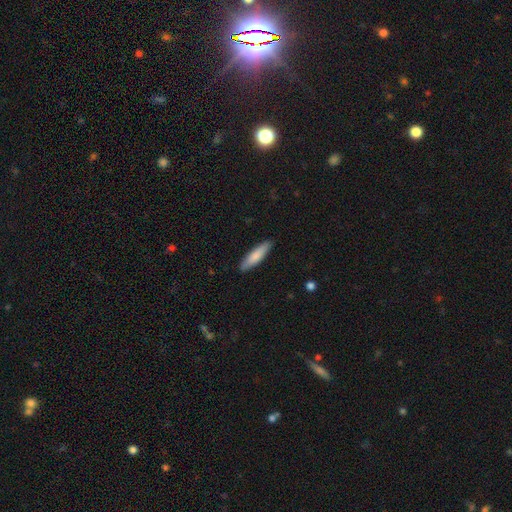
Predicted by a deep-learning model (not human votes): smooth-or-featured: smooth: 79% | featured or disk: 15% | star or artifact: 5%
  how-rounded: cigar-shaped: 74% | in between: 24% | round: 1%
  merging: none: 89% | minor disturbance: 8% | major disturbance: 2% | merger: 1%